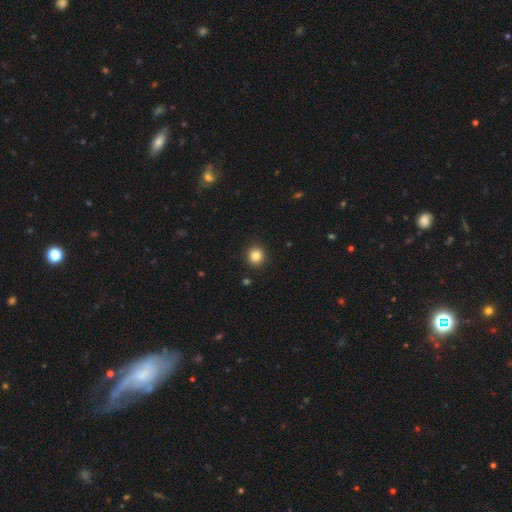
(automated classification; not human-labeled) Overall: smooth (84%). How rounded: round (91%). Merging: none (91%).